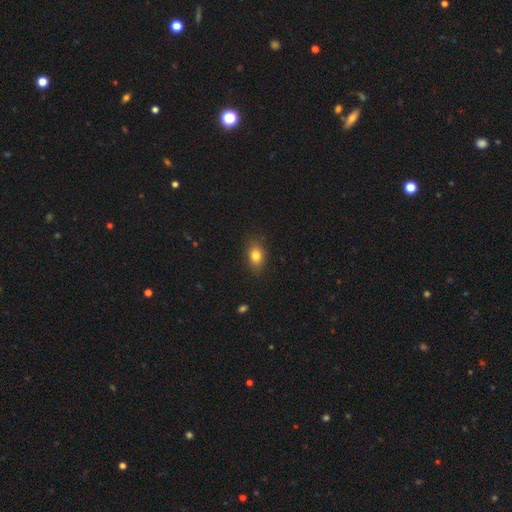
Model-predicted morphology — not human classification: This is clearly a smooth galaxy (82%). How rounded: likely in between (76%). Merging: clearly none (86%).